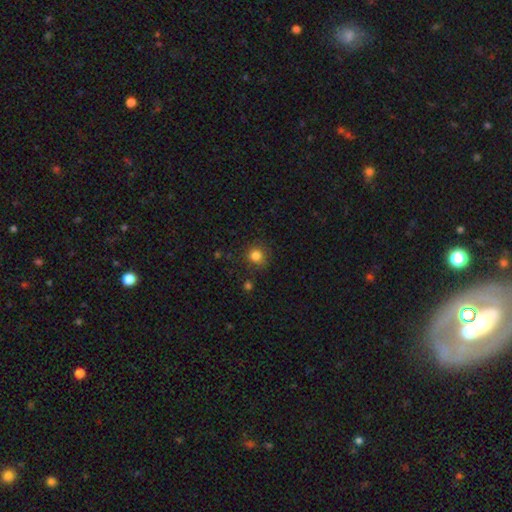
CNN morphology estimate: Smooth or featured?
  - smooth: 83% *
  - star or artifact: 12%
  - featured or disk: 5%
How rounded?
  - round: 89% *
  - in between: 10%
  - cigar-shaped: 1%
Merging?
  - none: 81% *
  - minor disturbance: 12%
  - major disturbance: 4%
  - merger: 2%